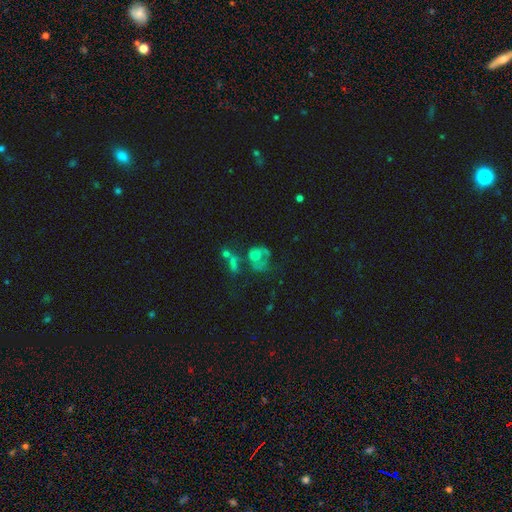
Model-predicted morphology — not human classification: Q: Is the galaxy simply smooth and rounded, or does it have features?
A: featured or disk — 40%.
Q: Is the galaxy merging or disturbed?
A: major disturbance — 33%.